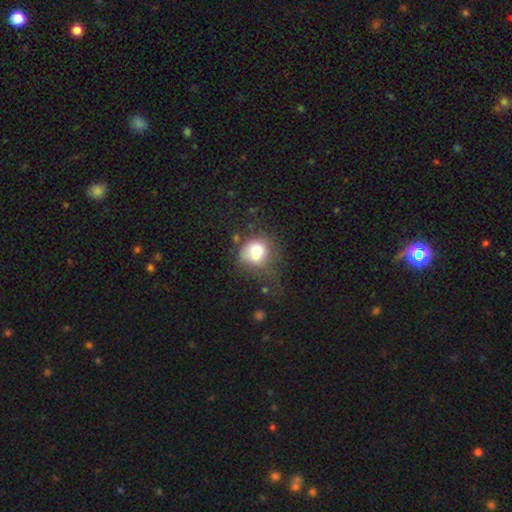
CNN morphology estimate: Smooth or featured?
  - smooth: 69% *
  - featured or disk: 20%
  - star or artifact: 11%
How rounded?
  - round: 71% *
  - in between: 28%
  - cigar-shaped: 1%
Merging?
  - none: 36% *
  - merger: 22%
  - minor disturbance: 22%
  - major disturbance: 20%